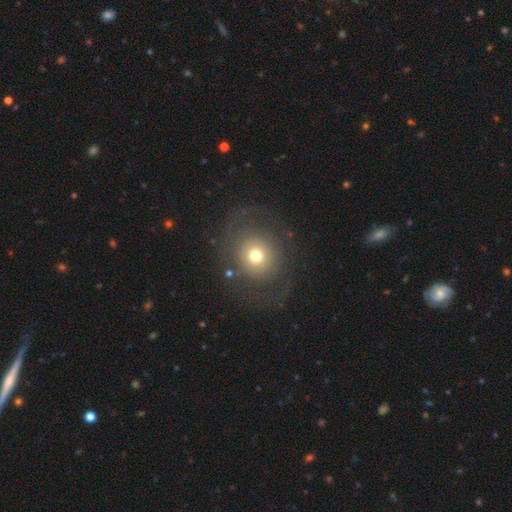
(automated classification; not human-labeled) A smooth galaxy with no disk features (47%).

Vote fractions:
- Smooth or featured? smooth: 47% / featured or disk: 41% / star or artifact: 12%
- Merging? none: 71% / major disturbance: 15% / minor disturbance: 12% / merger: 2%